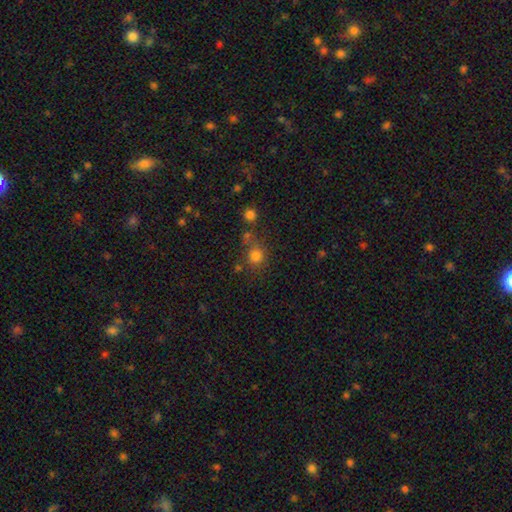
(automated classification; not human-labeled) Smooth or featured? smooth (78%)
How rounded? round (86%)
Merging? none (63%)